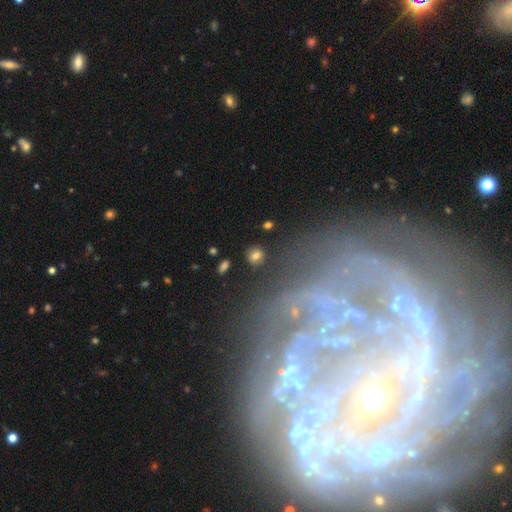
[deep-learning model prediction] This appears to be a smooth galaxy with no disk features (76%) that is round (82%). Merging: none (85%).